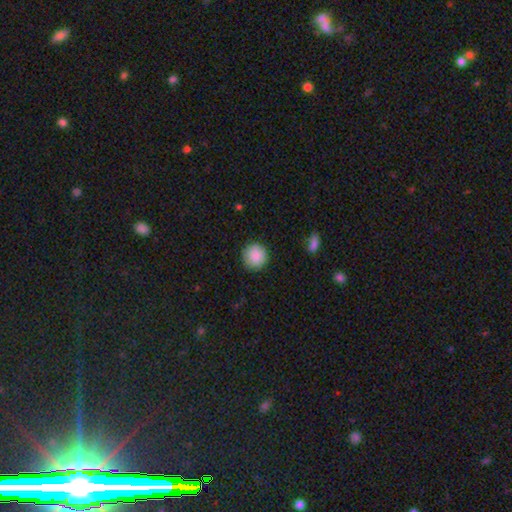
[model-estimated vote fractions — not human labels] smooth-or-featured: smooth: 87% | star or artifact: 8% | featured or disk: 5%
  how-rounded: round: 94% | in between: 5% | cigar-shaped: 1%
  merging: none: 88% | minor disturbance: 9% | major disturbance: 2% | merger: 1%